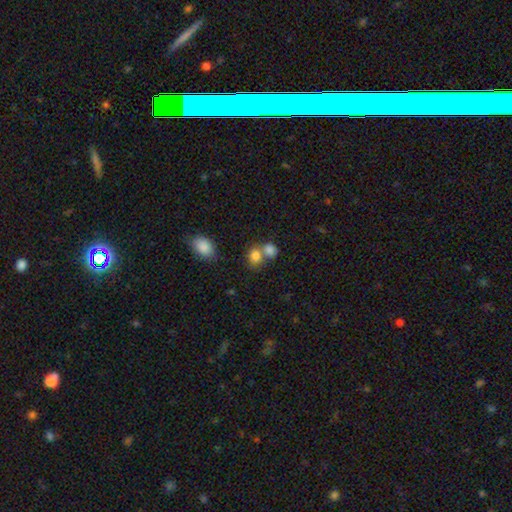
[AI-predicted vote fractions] Q: Smooth or featured?
A: smooth (82%); runner-up: star or artifact (10%)
Q: How rounded?
A: round (60%); runner-up: in between (39%)
Q: Merging?
A: merger (50%); runner-up: none (38%)